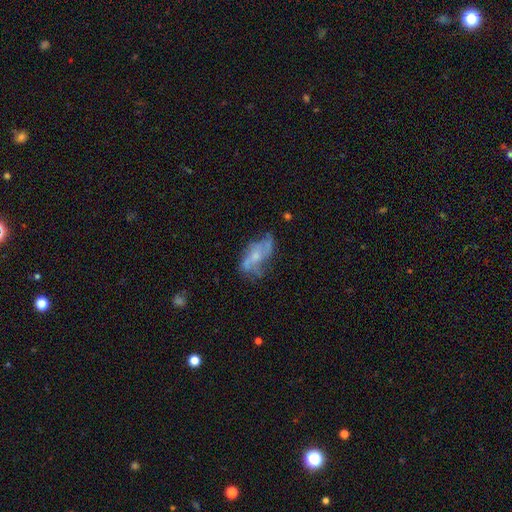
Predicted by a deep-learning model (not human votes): Smooth or featured? Predicted: featured or disk (p=0.67). Edge-on disk? Predicted: no (p=0.91). Bar? Predicted: no (p=0.67). Spiral arms? Predicted: yes (p=0.68). Bulge size? Predicted: small (p=0.52). Merging? Predicted: none (p=0.50).